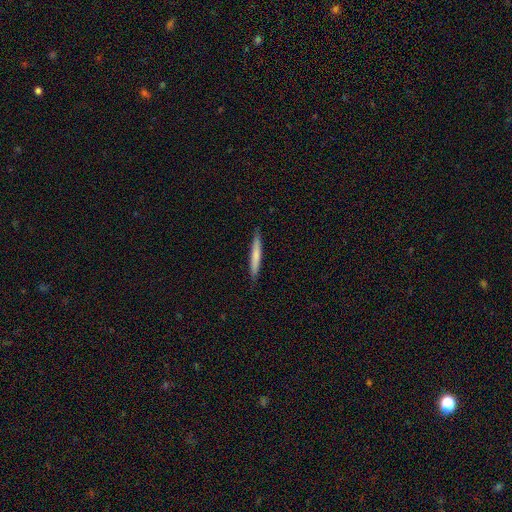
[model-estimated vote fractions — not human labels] smooth-or-featured: smooth: 68% | featured or disk: 27% | star or artifact: 5%
  how-rounded: cigar-shaped: 96% | in between: 3% | round: 1%
  merging: none: 89% | minor disturbance: 8% | major disturbance: 1% | merger: 1%